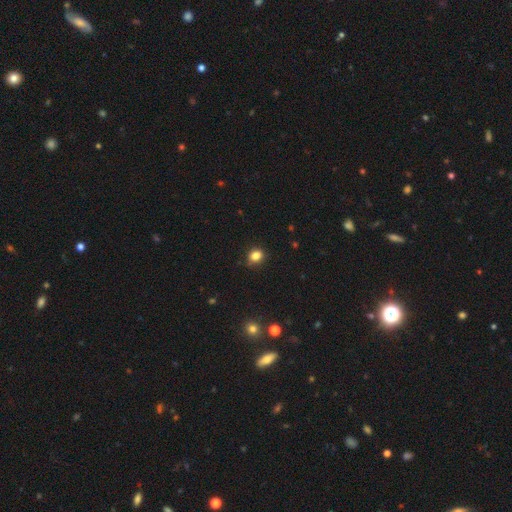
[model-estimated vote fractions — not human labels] This appears to be a smooth galaxy with no disk features (83%) that is round (65%). Merging: none (84%).